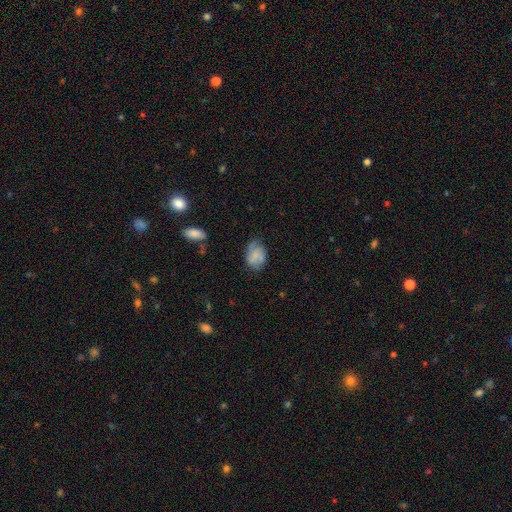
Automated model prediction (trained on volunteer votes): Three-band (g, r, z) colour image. It shows a smooth galaxy with no disk features (56%) that is in between round and cigar-shaped (79%). Merging: none (65%).